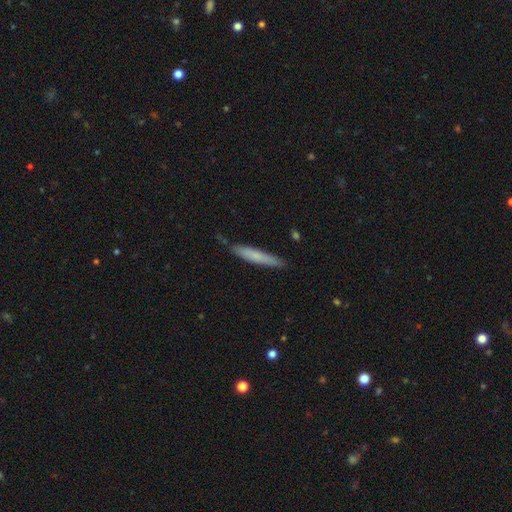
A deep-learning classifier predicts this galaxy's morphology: smooth 67%, featured or disk 27%, star or artifact 6%. Down the decision tree: how rounded — cigar-shaped (94%); merging — none (83%).